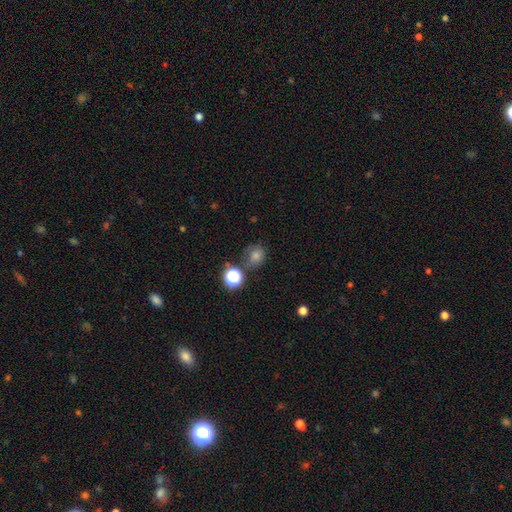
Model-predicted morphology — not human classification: This appears to be a smooth galaxy with no disk features (74%) that is round (77%). Merging: none (67%).